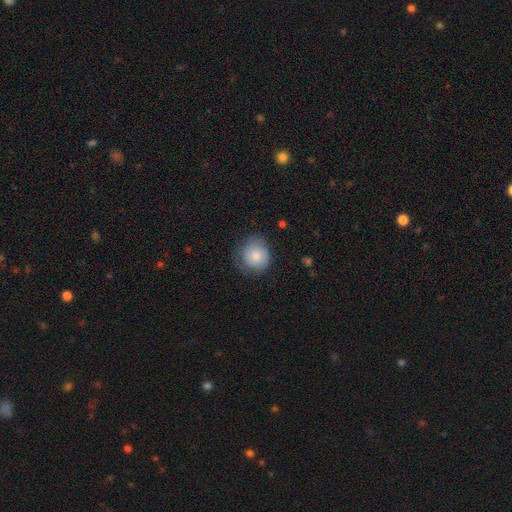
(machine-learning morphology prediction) Overall: smooth (76%). How rounded: round (85%). Merging: none (62%; minor disturbance 28%).